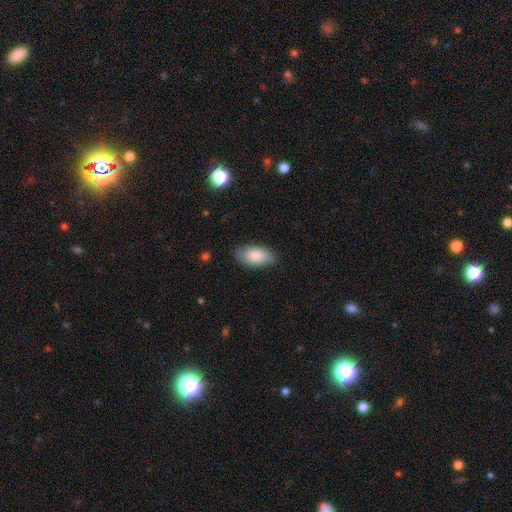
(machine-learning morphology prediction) type=smooth (81%); roundness=in between (94%); merging=none (77%).